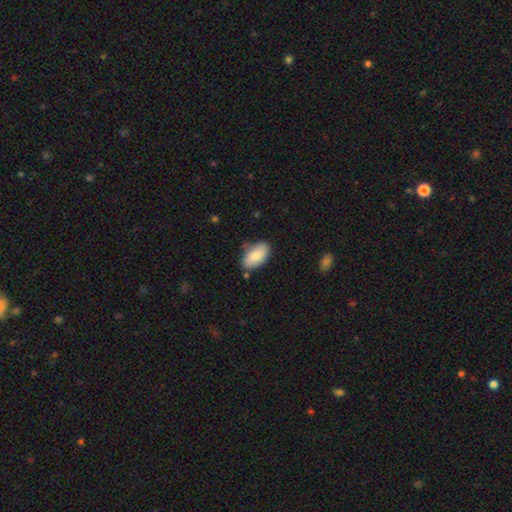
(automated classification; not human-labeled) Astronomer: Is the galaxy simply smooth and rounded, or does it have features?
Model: smooth — 81%.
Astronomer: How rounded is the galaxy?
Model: in between — 95%.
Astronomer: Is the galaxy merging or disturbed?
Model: none — 75%.